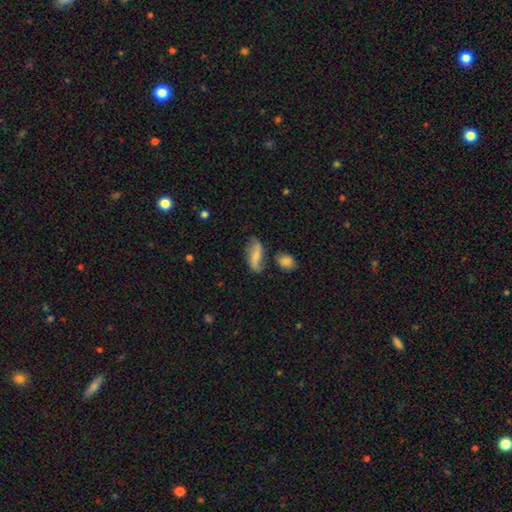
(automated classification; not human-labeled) This is possibly a featured or disk galaxy (51%). It is clearly not viewed edge-on (89%). Merging: likely none (65%).